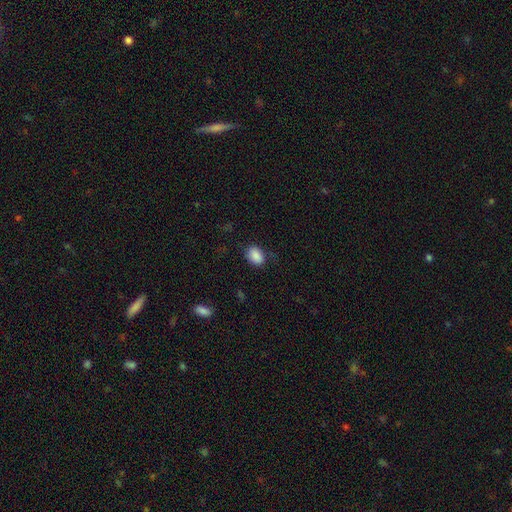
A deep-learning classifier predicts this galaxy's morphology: smooth 88%, star or artifact 8%, featured or disk 4%. Down the decision tree: how rounded — in between (79%); merging — none (76%).